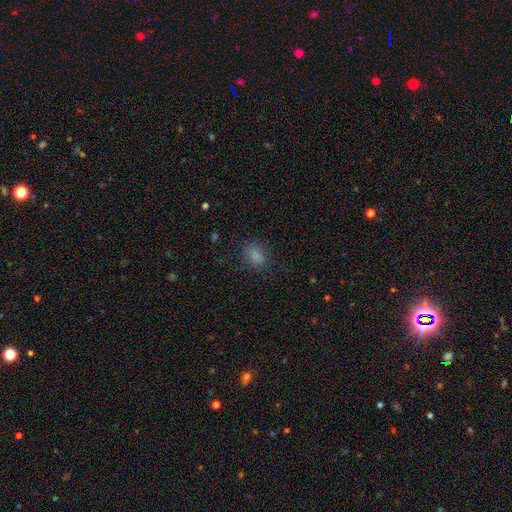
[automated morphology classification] smooth_or_featured: smooth (p=0.81) [alt: star or artifact p=0.13]
how_rounded: in between (p=0.69) [alt: round p=0.29]
merging: none (p=0.77) [alt: minor disturbance p=0.15]